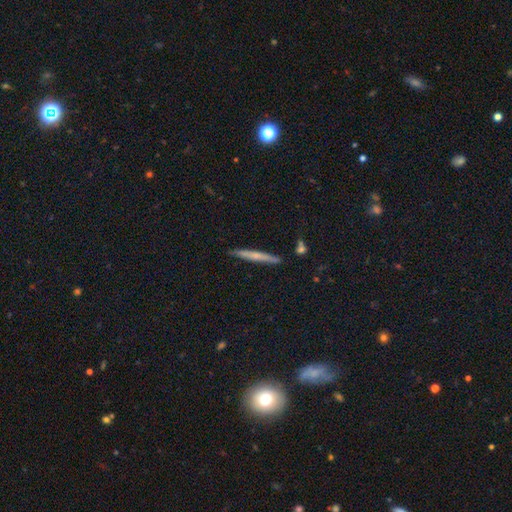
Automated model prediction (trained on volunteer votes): Smooth or featured? smooth (49%)
Merging? none (87%)